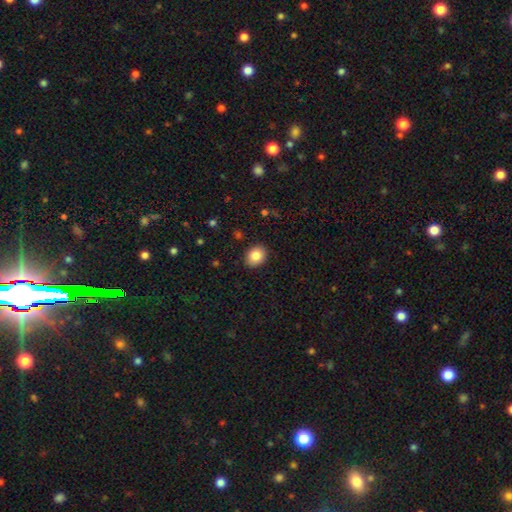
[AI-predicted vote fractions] This is clearly a smooth galaxy (84%). How rounded: possibly in between (53%). Merging: clearly none (89%).